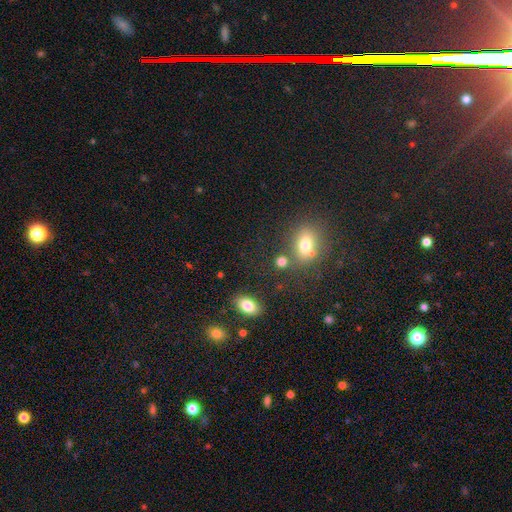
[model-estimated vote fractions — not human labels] Morphology: type=star or artifact (46%).